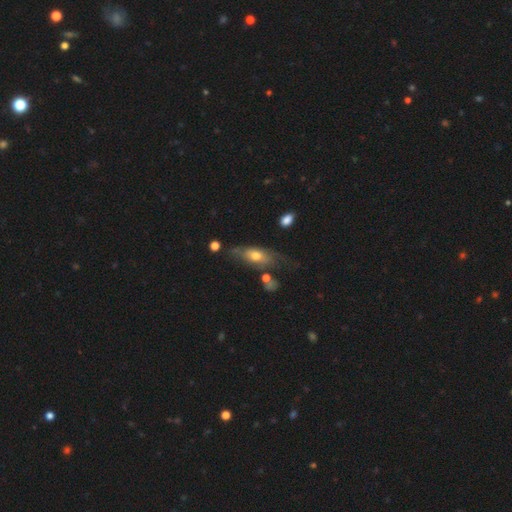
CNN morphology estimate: This appears to be a smooth galaxy with no disk features (48%). Merging: none (44%).